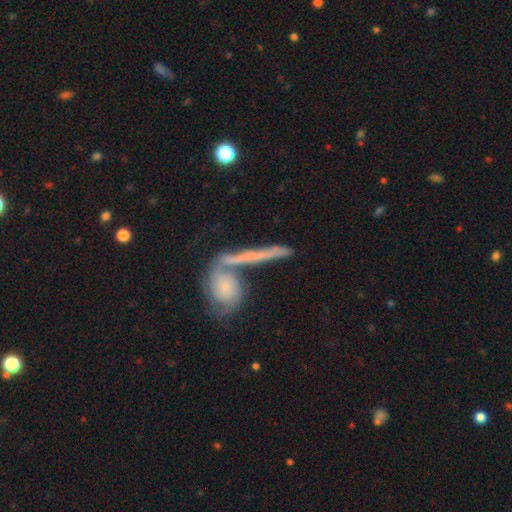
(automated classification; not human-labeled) This appears to be a featured or disk galaxy (58%) viewed edge-on (68%). Merging: none (53%).